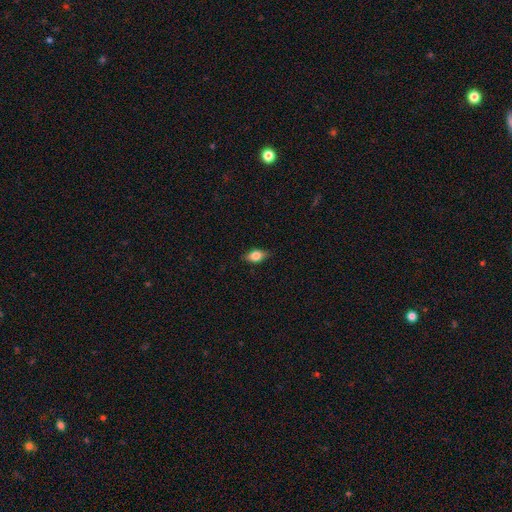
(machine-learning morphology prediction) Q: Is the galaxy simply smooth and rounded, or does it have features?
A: smooth — 80%.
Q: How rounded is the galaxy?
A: in between — 85%.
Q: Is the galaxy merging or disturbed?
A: none — 83%.